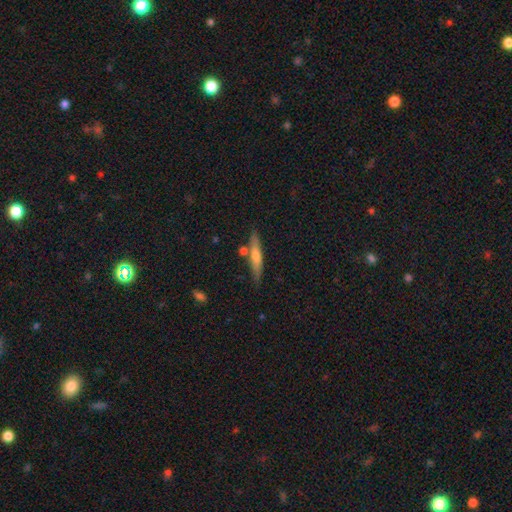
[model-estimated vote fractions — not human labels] Smooth or featured: smooth — 56% (featured or disk — 38%)
How rounded: cigar-shaped — 90% (in between — 8%)
Merging: none — 78% (minor disturbance — 12%)